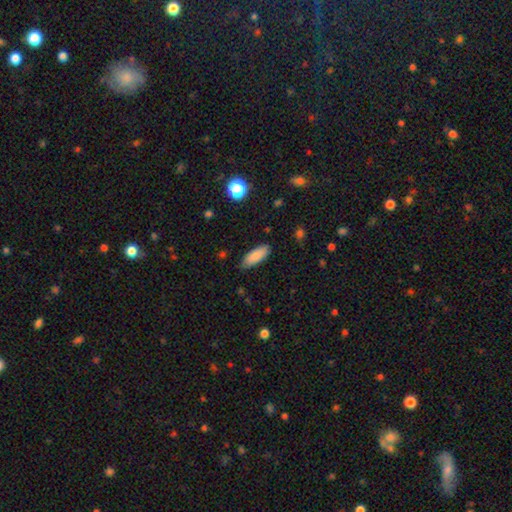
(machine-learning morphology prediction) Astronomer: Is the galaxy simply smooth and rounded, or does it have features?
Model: smooth — 86%.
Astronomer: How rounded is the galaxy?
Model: in between — 72%.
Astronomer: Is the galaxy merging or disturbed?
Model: none — 83%.